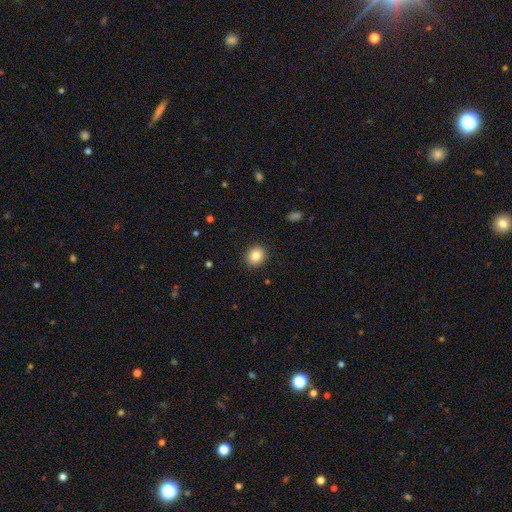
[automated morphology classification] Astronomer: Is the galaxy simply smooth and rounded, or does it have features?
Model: smooth — 84%.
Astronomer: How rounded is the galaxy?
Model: round — 76%.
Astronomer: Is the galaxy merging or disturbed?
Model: none — 90%.